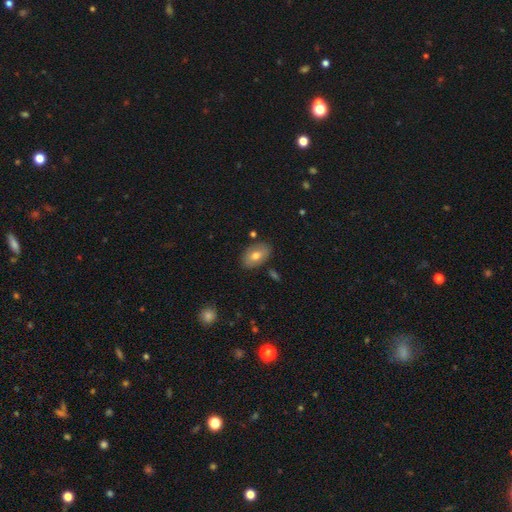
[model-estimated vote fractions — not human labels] Smooth or featured? smooth (71%)
How rounded? in between (90%)
Merging? none (83%)